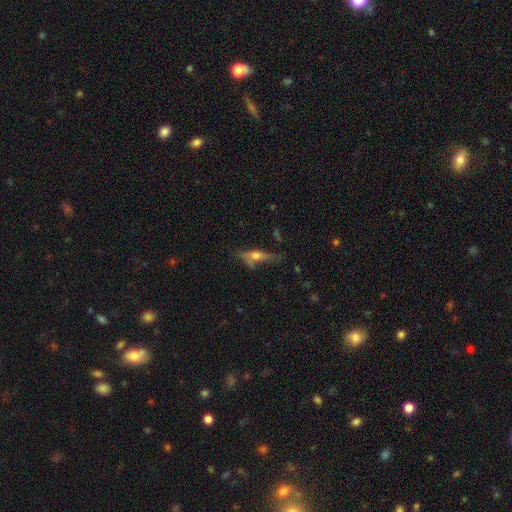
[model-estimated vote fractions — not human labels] This appears to be a featured or disk galaxy (49%). Merging: none (55%).